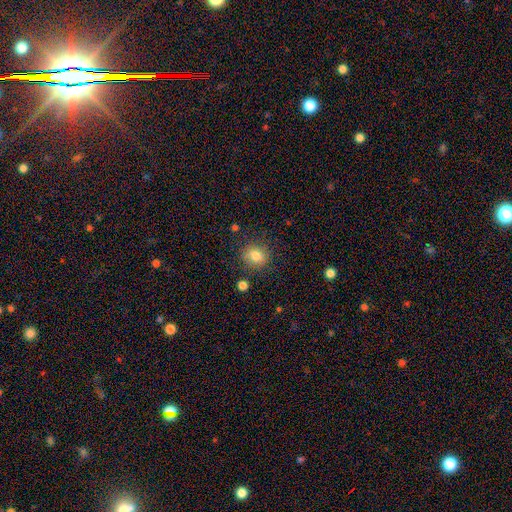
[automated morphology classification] The model was most divided on "how rounded": round: 77%, in between: 21%, cigar-shaped: 1%. More confident: merging — none (83%); smooth or featured — smooth (81%).